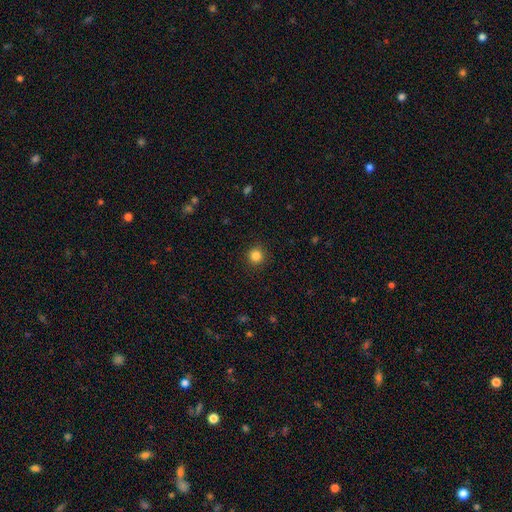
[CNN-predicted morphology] A smooth galaxy with no disk features (84%) that is round (94%).

Vote fractions:
- Smooth or featured? smooth: 84% / star or artifact: 12% / featured or disk: 4%
- How rounded? round: 94% / in between: 5% / cigar-shaped: 1%
- Merging? none: 91% / minor disturbance: 6% / major disturbance: 2% / merger: 1%